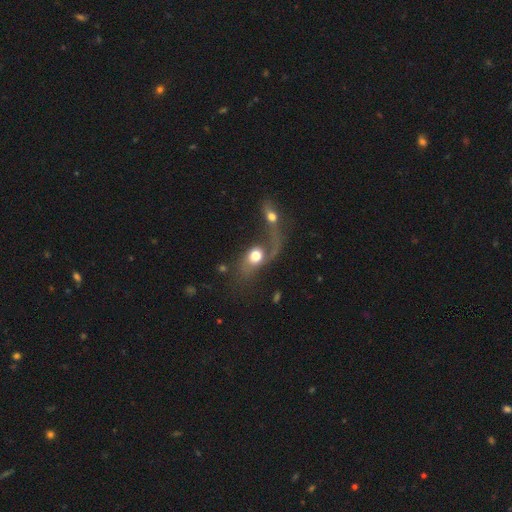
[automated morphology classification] A smooth galaxy with no disk features (50%).

Vote fractions:
- Smooth or featured? smooth: 50% / featured or disk: 40% / star or artifact: 10%
- Merging? merger: 53% / major disturbance: 24% / none: 15% / minor disturbance: 8%